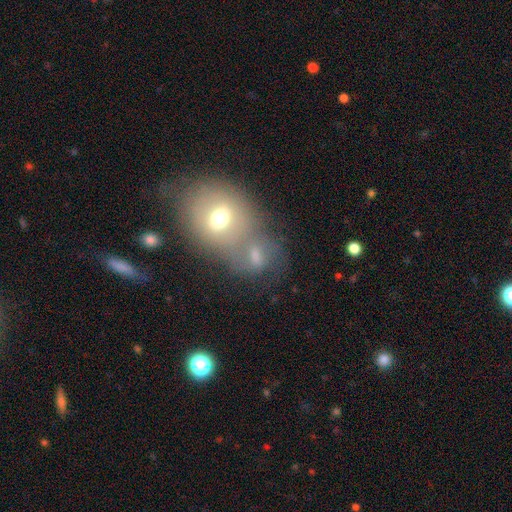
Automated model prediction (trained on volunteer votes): Morphology: type=smooth (55%); roundness=in between (53%); merging=merger (53%).